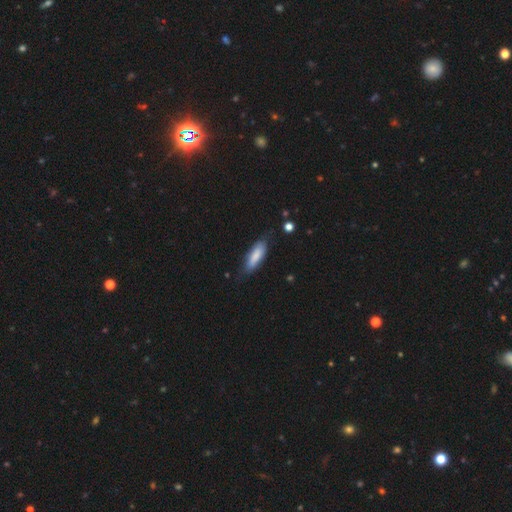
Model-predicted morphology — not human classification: type=smooth (79%); roundness=in between (59%); merging=none (68%).